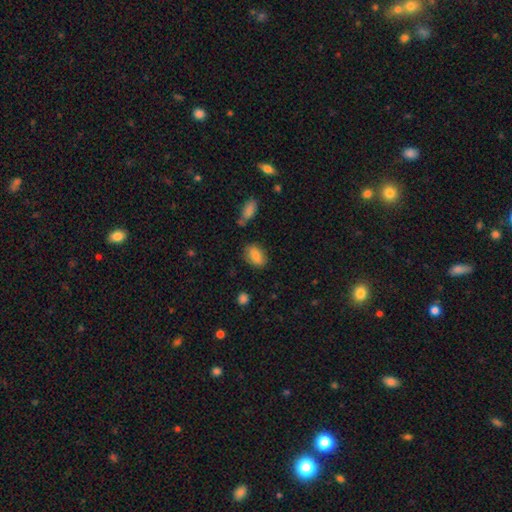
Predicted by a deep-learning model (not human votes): A smooth galaxy with no disk features (80%) that is in between round and cigar-shaped (87%). Merging: none (79%).